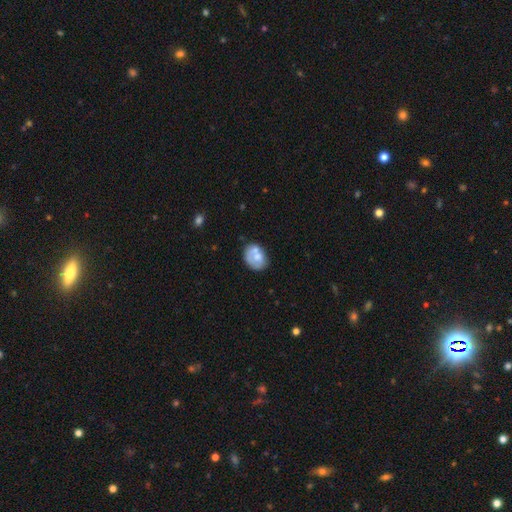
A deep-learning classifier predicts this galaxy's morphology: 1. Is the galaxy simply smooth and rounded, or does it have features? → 61% smooth, 31% featured or disk, 7% star or artifact.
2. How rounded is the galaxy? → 60% in between, 39% round, 1% cigar-shaped.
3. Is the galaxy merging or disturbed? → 45% none, 23% minor disturbance, 22% merger, 10% major disturbance.